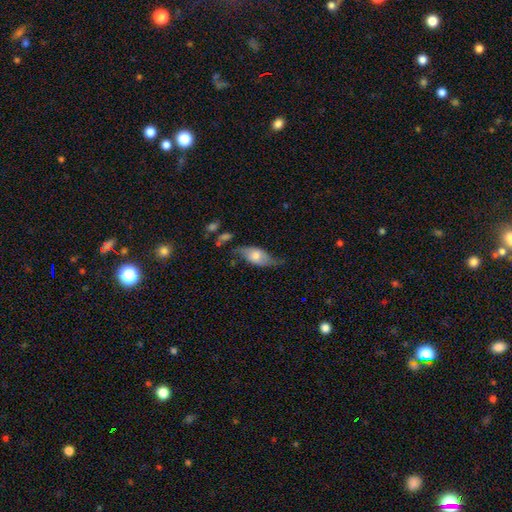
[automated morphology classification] The model was most divided on "smooth or featured": smooth: 49%, featured or disk: 44%, star or artifact: 7%. More confident: merging — none (51%).